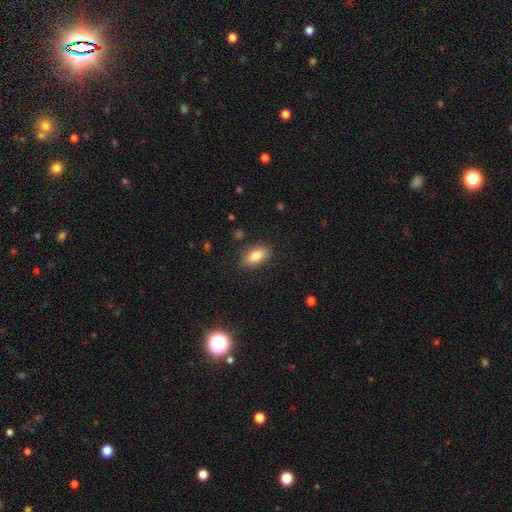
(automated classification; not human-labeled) smooth_or_featured: smooth (p=0.82) [alt: featured or disk p=0.10]
how_rounded: in between (p=0.88) [alt: cigar-shaped p=0.06]
merging: none (p=0.86) [alt: minor disturbance p=0.10]